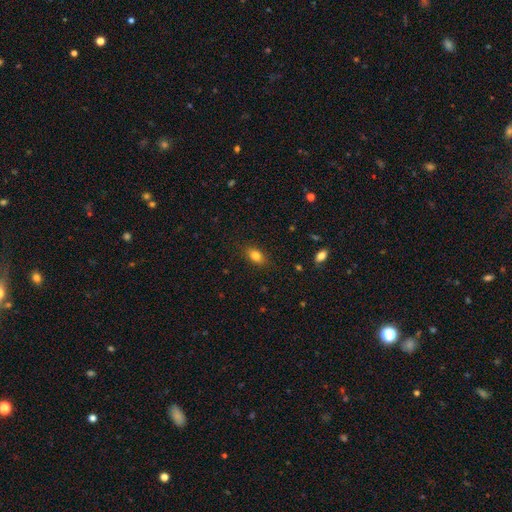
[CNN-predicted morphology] Q: Smooth or featured?
A: smooth (82%); runner-up: star or artifact (10%)
Q: How rounded?
A: in between (82%); runner-up: round (14%)
Q: Merging?
A: none (84%); runner-up: minor disturbance (12%)